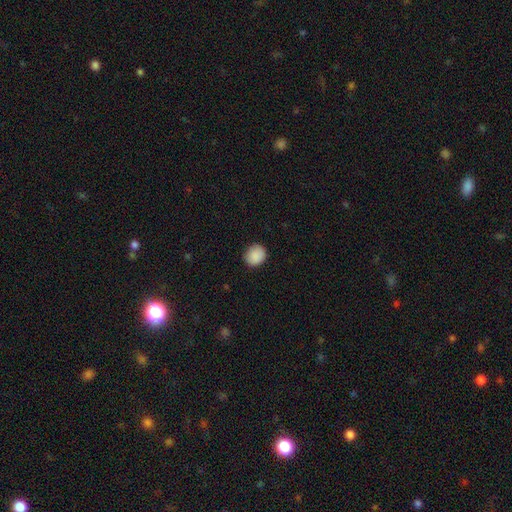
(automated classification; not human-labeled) A smooth galaxy with no disk features (89%) that is round (78%). Merging: none (86%).